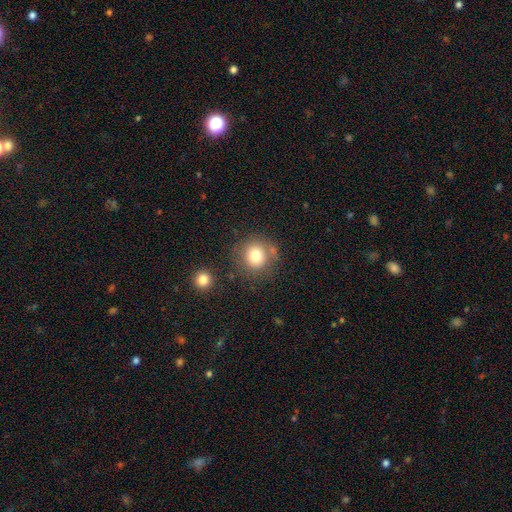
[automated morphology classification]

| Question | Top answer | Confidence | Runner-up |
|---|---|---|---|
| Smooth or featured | smooth | 77% | featured or disk (12%) |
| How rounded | round | 91% | in between (8%) |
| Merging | none | 73% | minor disturbance (12%) |